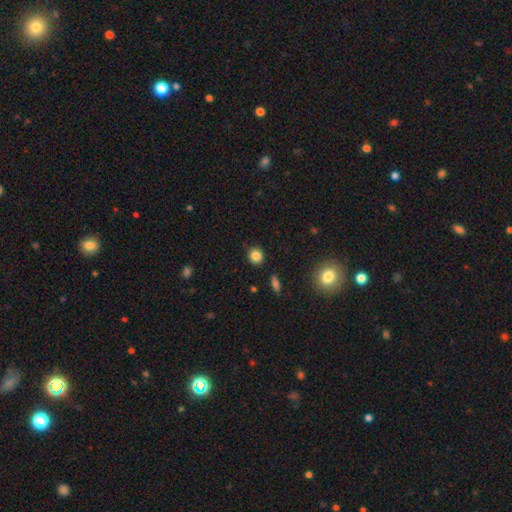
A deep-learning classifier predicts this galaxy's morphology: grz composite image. It shows a smooth galaxy with no disk features (84%) that is round (86%). Merging: none (89%).